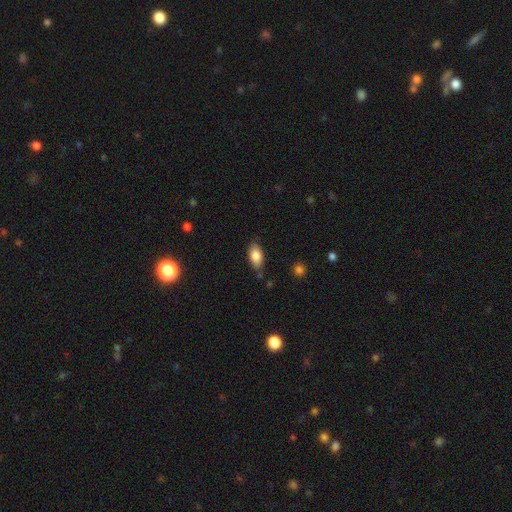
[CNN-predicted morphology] Overall: smooth (83%). How rounded: in between (91%). Merging: none (78%).